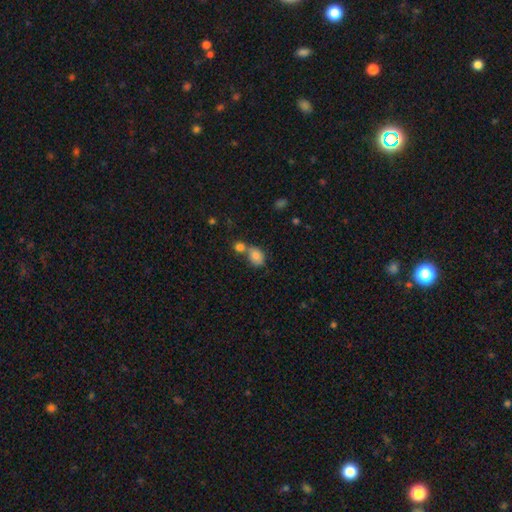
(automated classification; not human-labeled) The model was most divided on "merging": merger: 49%, none: 35%, minor disturbance: 11%, major disturbance: 5%. More confident: smooth or featured — smooth (81%); how rounded — in between (62%).